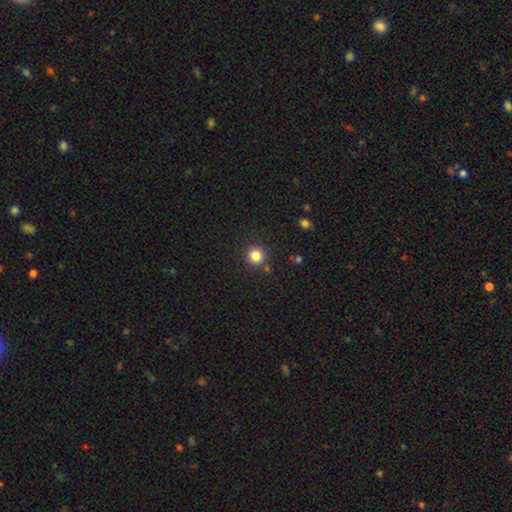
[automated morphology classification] Smooth or featured? Predicted: smooth (p=0.84). How rounded? Predicted: round (p=0.94). Merging? Predicted: none (p=0.88).